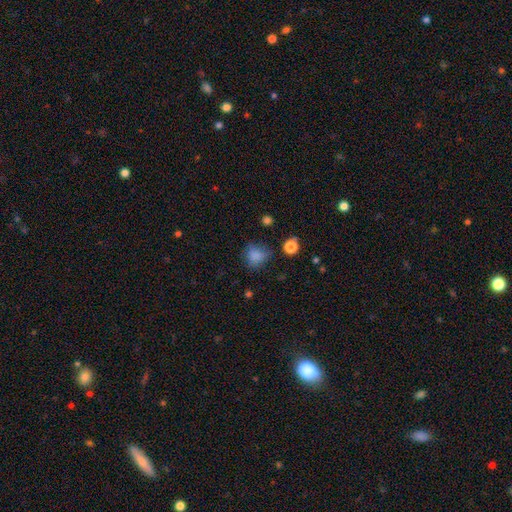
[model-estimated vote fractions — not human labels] A smooth galaxy with no disk features (81%) that is round (77%).

Vote fractions:
- Smooth or featured? smooth: 81% / star or artifact: 13% / featured or disk: 6%
- How rounded? round: 77% / in between: 22% / cigar-shaped: 1%
- Merging? none: 66% / minor disturbance: 22% / major disturbance: 9% / merger: 3%